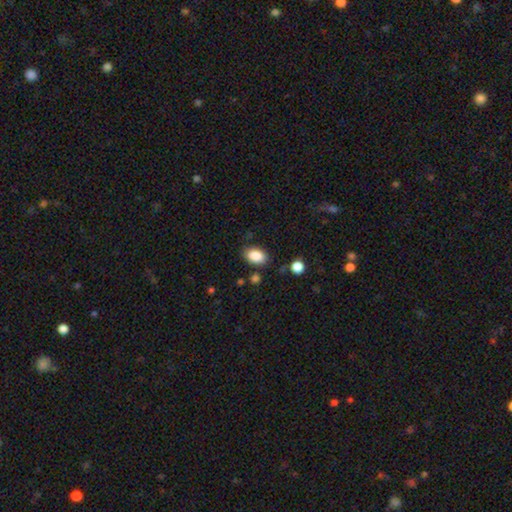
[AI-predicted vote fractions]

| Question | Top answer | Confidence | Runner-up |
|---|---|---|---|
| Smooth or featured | smooth | 87% | star or artifact (8%) |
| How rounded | in between | 87% | round (11%) |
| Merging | none | 82% | minor disturbance (12%) |